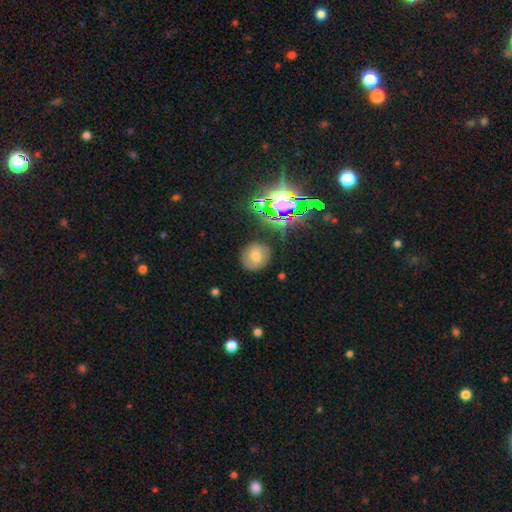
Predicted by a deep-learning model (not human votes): smooth 58%, featured or disk 23%, star or artifact 19%. Down the decision tree: how rounded — round (83%); merging — none (82%).